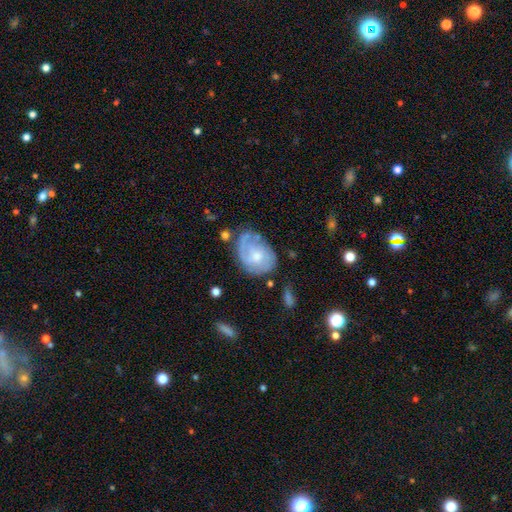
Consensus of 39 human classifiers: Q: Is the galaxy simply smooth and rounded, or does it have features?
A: featured or disk — 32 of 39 (82%).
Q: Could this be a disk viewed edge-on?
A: no — 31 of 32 (97%).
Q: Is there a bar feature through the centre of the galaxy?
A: weak — 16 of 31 (52%).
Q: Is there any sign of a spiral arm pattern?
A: yes — 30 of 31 (97%).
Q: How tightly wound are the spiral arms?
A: tight — 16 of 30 (53%).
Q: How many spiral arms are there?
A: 2 — 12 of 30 (40%).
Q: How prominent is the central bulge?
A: moderate — 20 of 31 (65%).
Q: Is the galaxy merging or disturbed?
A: none — 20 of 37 (54%).